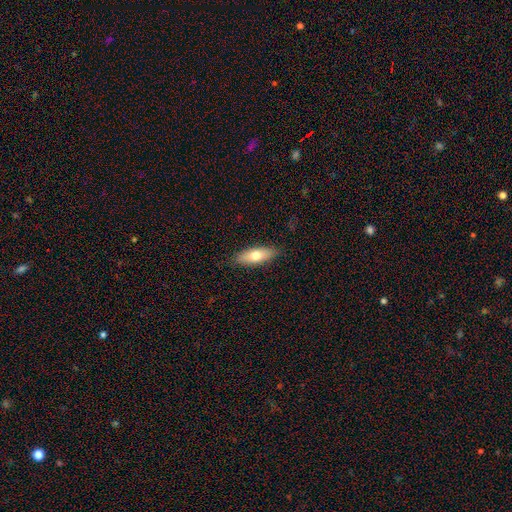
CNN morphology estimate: A smooth galaxy with no disk features (68%) that is in between round and cigar-shaped (67%). Merging: none (87%).